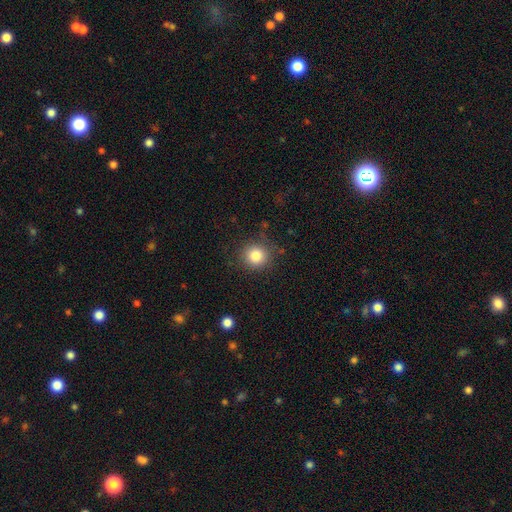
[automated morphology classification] smooth-or-featured: smooth: 83% | star or artifact: 11% | featured or disk: 6%
  how-rounded: round: 90% | in between: 9% | cigar-shaped: 1%
  merging: none: 85% | minor disturbance: 10% | major disturbance: 3% | merger: 2%